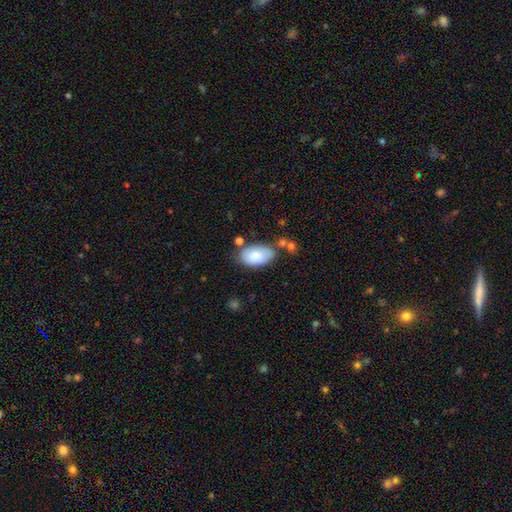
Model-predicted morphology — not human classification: Smooth or featured?
  - smooth: 81% *
  - featured or disk: 12%
  - star or artifact: 6%
How rounded?
  - in between: 95% *
  - round: 4%
  - cigar-shaped: 2%
Merging?
  - none: 65% *
  - minor disturbance: 22%
  - merger: 8%
  - major disturbance: 6%